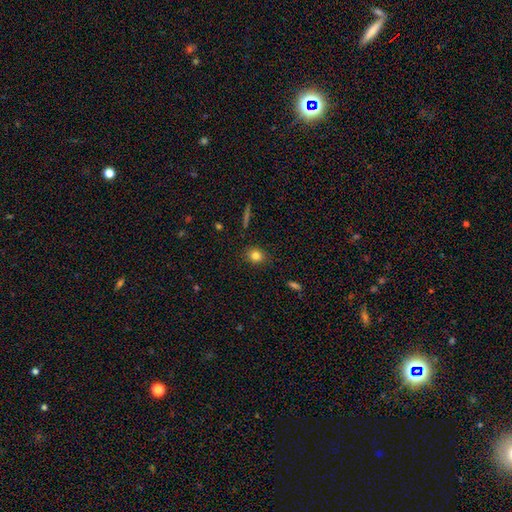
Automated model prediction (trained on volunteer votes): smooth 81%, star or artifact 11%, featured or disk 8%. Down the decision tree: how rounded — round (66%); merging — none (88%).